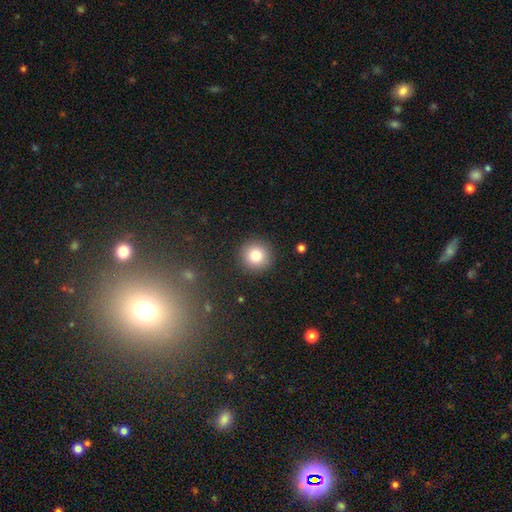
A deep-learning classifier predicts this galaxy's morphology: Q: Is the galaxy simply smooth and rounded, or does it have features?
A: smooth — 81%.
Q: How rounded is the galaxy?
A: round — 94%.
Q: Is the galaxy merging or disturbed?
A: none — 91%.